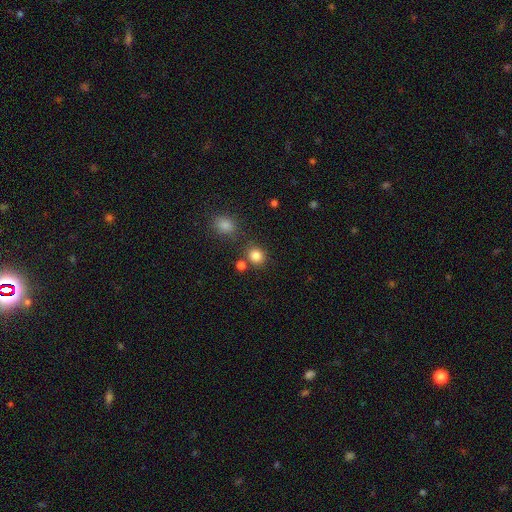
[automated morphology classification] type=smooth (83%); roundness=round (81%); merging=none (75%).